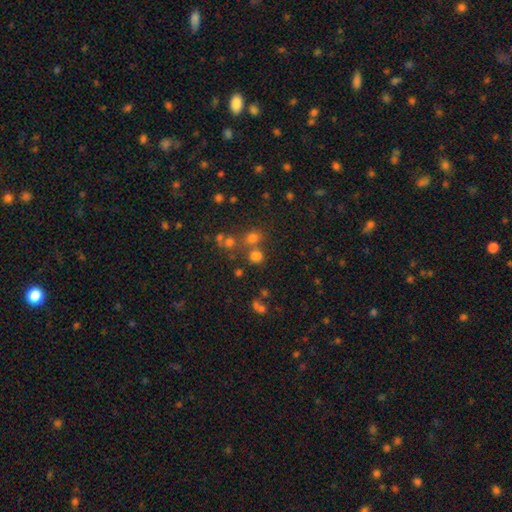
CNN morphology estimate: smooth-or-featured: smooth: 69% | star or artifact: 22% | featured or disk: 9%
  how-rounded: round: 78% | in between: 21% | cigar-shaped: 1%
  merging: none: 62% | merger: 24% | minor disturbance: 9% | major disturbance: 5%